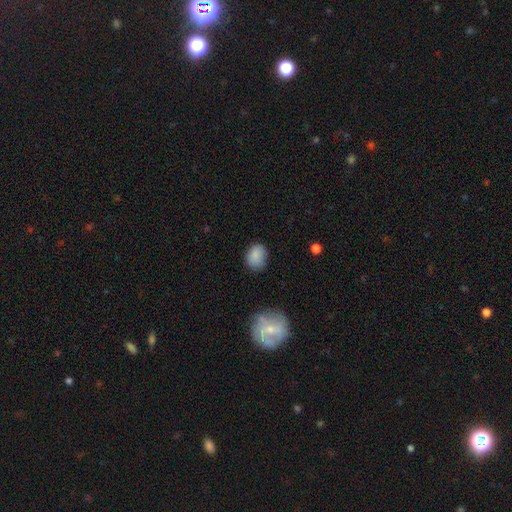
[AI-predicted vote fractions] A smooth galaxy with no disk features (86%) that is in between round and cigar-shaped (57%).

Vote fractions:
- Smooth or featured? smooth: 86% / star or artifact: 9% / featured or disk: 5%
- How rounded? in between: 57% / round: 42% / cigar-shaped: 1%
- Merging? none: 78% / minor disturbance: 17% / major disturbance: 4% / merger: 2%